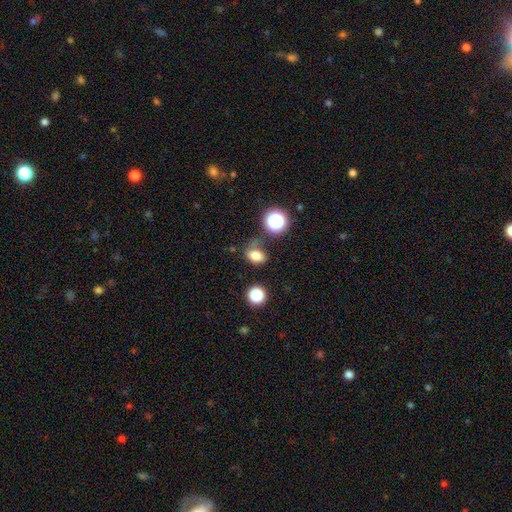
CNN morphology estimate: Smooth or featured?
  - smooth: 78% *
  - star or artifact: 15%
  - featured or disk: 7%
How rounded?
  - in between: 71% *
  - round: 28%
  - cigar-shaped: 2%
Merging?
  - none: 62% *
  - minor disturbance: 20%
  - merger: 10%
  - major disturbance: 7%